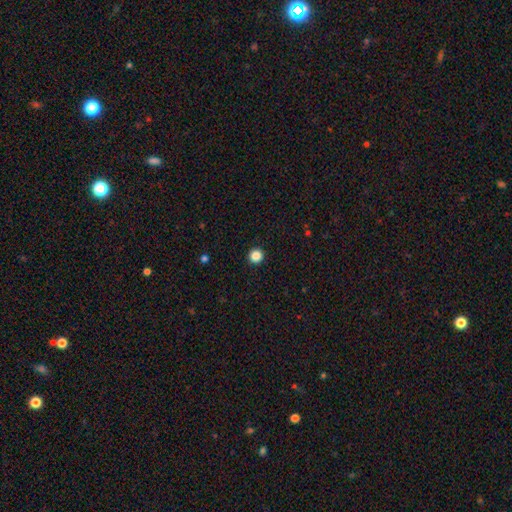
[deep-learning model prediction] Smooth or featured? Predicted: smooth (p=0.86). How rounded? Predicted: round (p=0.96). Merging? Predicted: none (p=0.94).